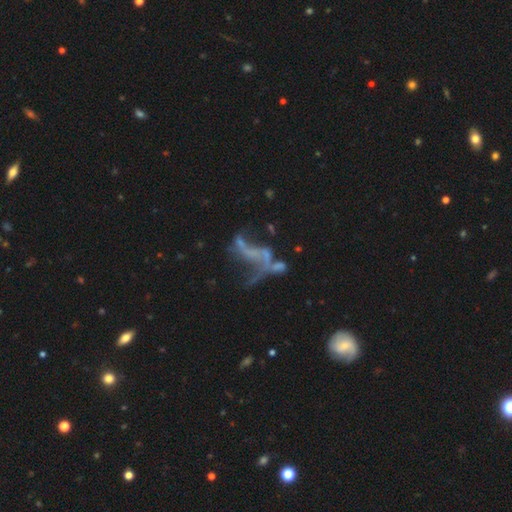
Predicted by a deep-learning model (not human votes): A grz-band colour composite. It shows a featured or disk galaxy (63%) with no bar (73%), no spiral arms (64%) and no central bulge (76%). Merging: major disturbance (38%).